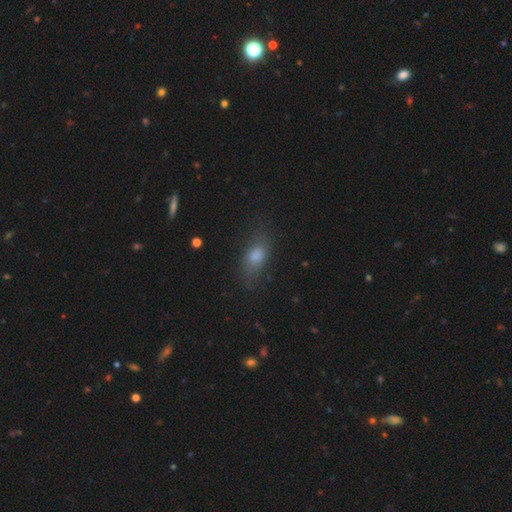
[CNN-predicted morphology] A smooth galaxy with no disk features (69%) that is in between round and cigar-shaped (75%). Merging: none (72%).